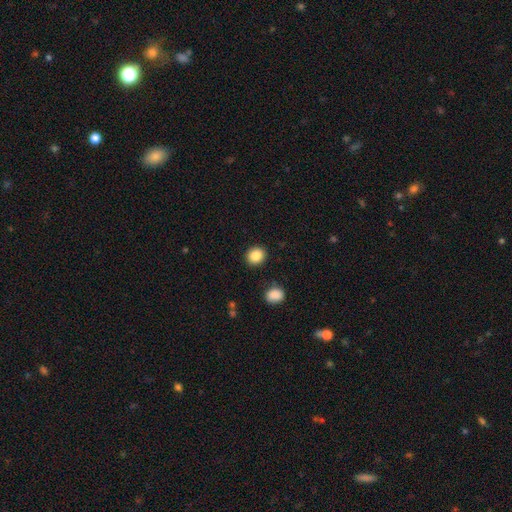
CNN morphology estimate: The model was most divided on "how rounded": round: 81%, in between: 18%, cigar-shaped: 1%. More confident: merging — none (89%); smooth or featured — smooth (87%).